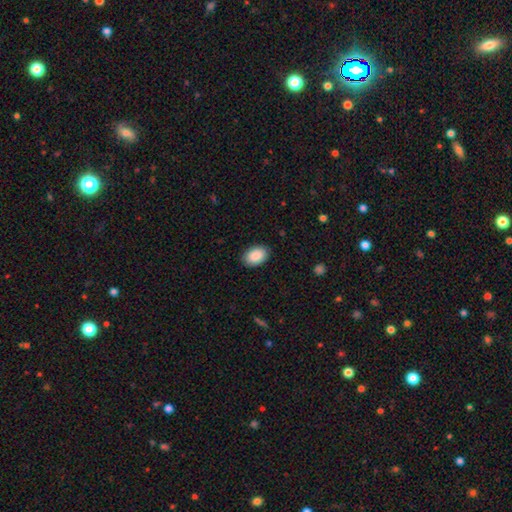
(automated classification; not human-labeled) smooth_or_featured: smooth (p=0.90) [alt: star or artifact p=0.06]
how_rounded: in between (p=0.88) [alt: round p=0.11]
merging: none (p=0.89) [alt: minor disturbance p=0.08]